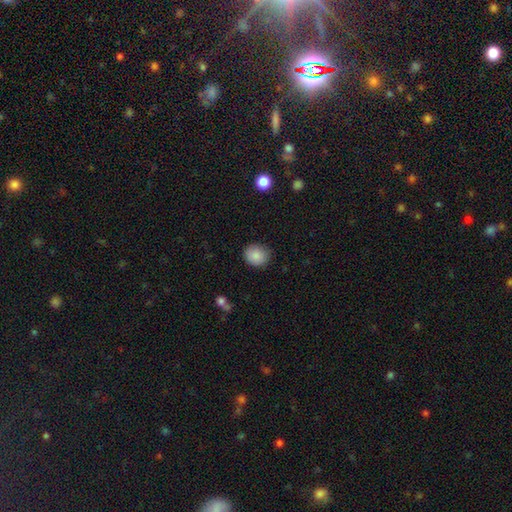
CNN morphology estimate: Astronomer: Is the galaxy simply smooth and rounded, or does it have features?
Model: smooth — 87%.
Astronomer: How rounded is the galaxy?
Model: round — 78%.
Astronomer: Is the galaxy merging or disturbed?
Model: none — 85%.